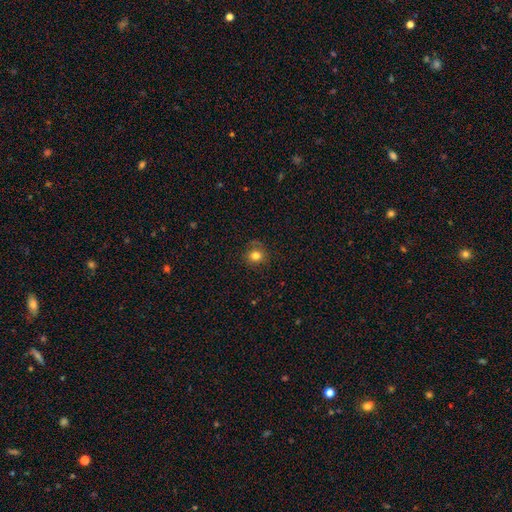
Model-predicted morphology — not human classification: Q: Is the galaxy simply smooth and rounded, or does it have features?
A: smooth — 80%.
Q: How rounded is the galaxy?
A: round — 83%.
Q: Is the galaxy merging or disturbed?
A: none — 81%.